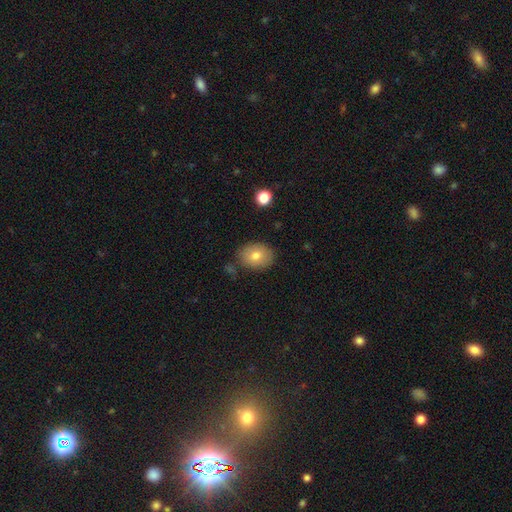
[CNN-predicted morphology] smooth-or-featured: smooth: 77% | featured or disk: 14% | star or artifact: 9%
  how-rounded: in between: 64% | round: 36% | cigar-shaped: 1%
  merging: none: 79% | minor disturbance: 14% | merger: 4% | major disturbance: 3%